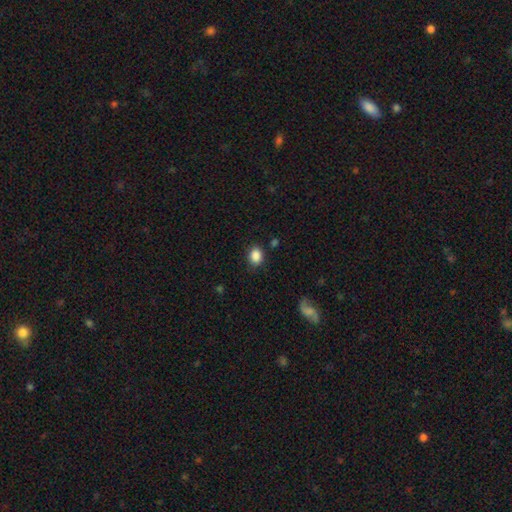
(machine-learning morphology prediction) Q: Smooth or featured?
A: smooth (87%); runner-up: star or artifact (9%)
Q: How rounded?
A: round (52%); runner-up: in between (47%)
Q: Merging?
A: none (82%); runner-up: minor disturbance (12%)